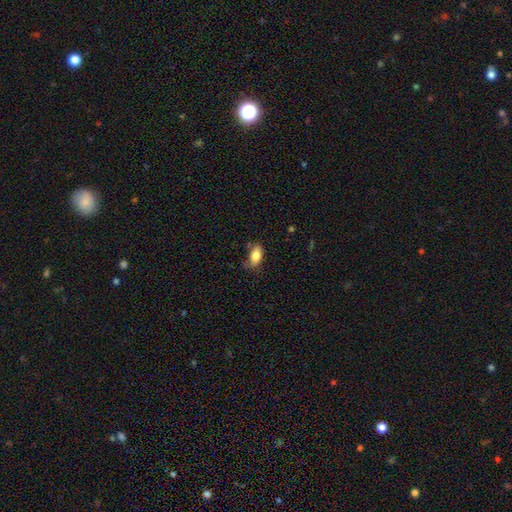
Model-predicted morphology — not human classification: Smooth or featured: smooth — 82% (featured or disk — 10%)
How rounded: in between — 89% (cigar-shaped — 6%)
Merging: none — 63% (minor disturbance — 27%)